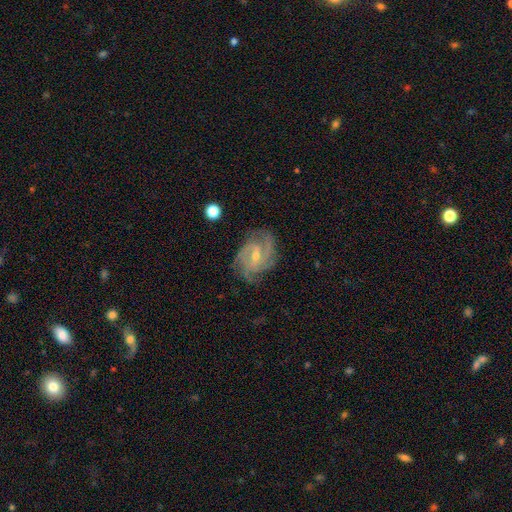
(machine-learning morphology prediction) smooth_or_featured: featured or disk (p=0.88) [alt: star or artifact p=0.06]
disk_edge_on: no (p=0.97) [alt: yes p=0.03]
bar: weak (p=0.51) [alt: no p=0.31]
has_spiral_arms: yes (p=0.98) [alt: no p=0.02]
spiral_winding: tight (p=0.46) [alt: medium p=0.45]
spiral_arm_count: 3 (p=0.37) [alt: 2 p=0.28]
bulge_size: small (p=0.61) [alt: moderate p=0.36]
merging: none (p=0.76) [alt: minor disturbance p=0.17]